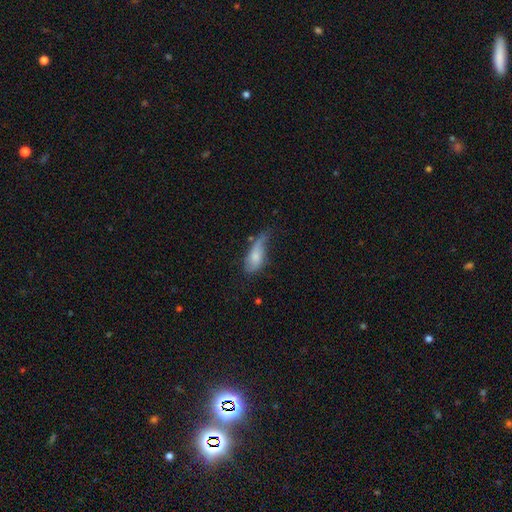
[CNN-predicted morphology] Overall: smooth (64%; featured or disk 29%). How rounded: in between (79%). Merging: minor disturbance (38%; major disturbance 28%).